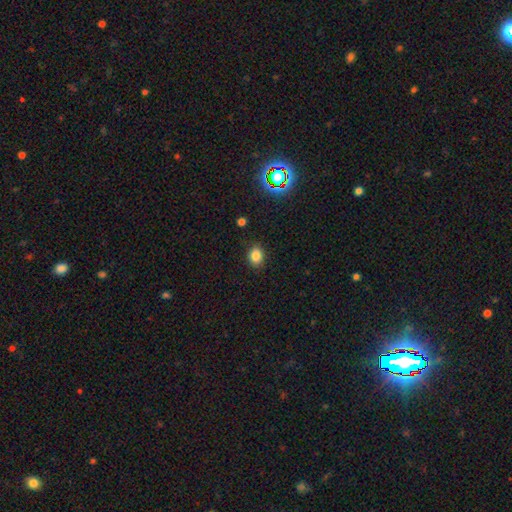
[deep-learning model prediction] Q: Smooth or featured?
A: smooth (82%); runner-up: star or artifact (13%)
Q: How rounded?
A: in between (56%); runner-up: round (43%)
Q: Merging?
A: none (86%); runner-up: minor disturbance (10%)